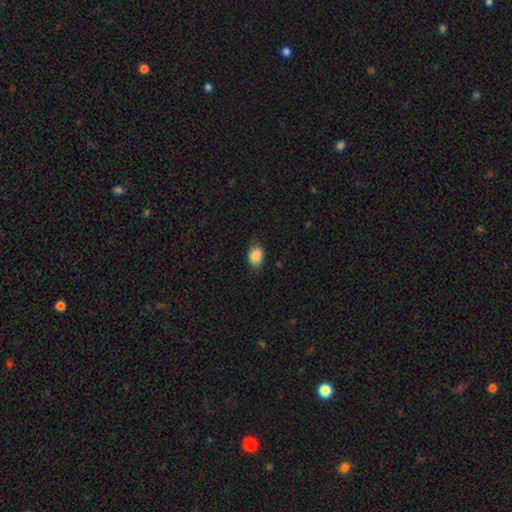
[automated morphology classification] This is clearly a smooth galaxy (87%). How rounded: likely in between (70%). Merging: likely none (76%).